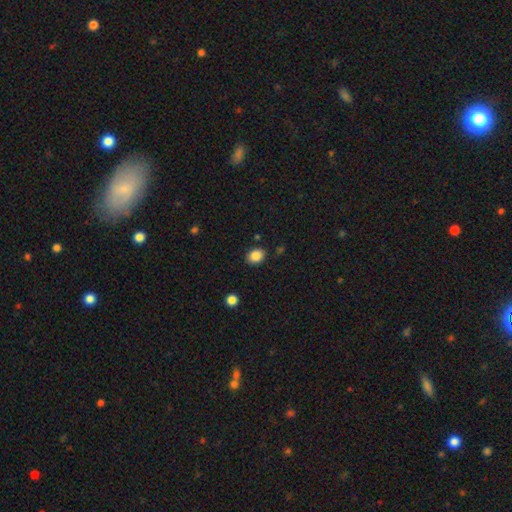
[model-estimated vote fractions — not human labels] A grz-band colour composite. It shows a smooth galaxy with no disk features (86%) that is in between round and cigar-shaped (56%). Merging: none (85%).